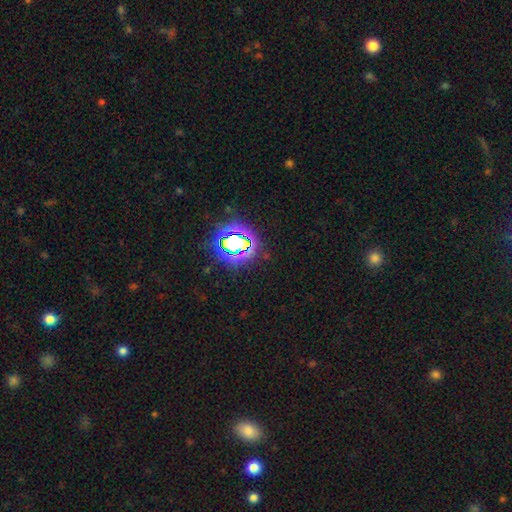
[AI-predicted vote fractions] This is likely a star or artifact rather than a galaxy (78%).